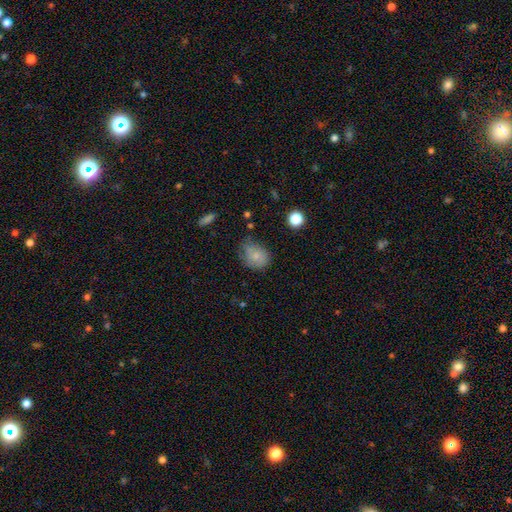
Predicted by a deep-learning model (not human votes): Smooth or featured?
  - smooth: 76% *
  - featured or disk: 14%
  - star or artifact: 10%
How rounded?
  - in between: 51% *
  - round: 48%
  - cigar-shaped: 1%
Merging?
  - none: 52% *
  - minor disturbance: 34%
  - major disturbance: 11%
  - merger: 3%